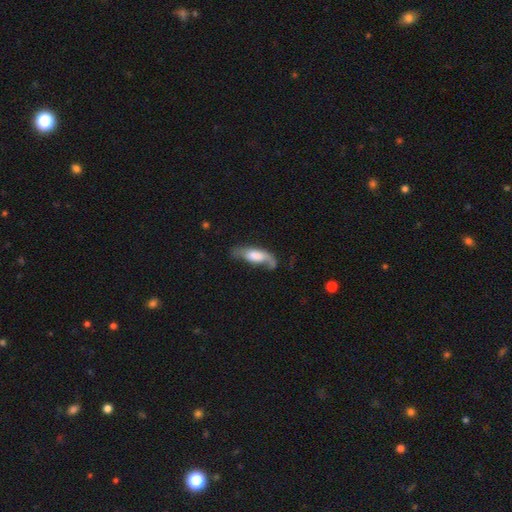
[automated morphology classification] type=smooth (54%); roundness=in between (65%); merging=none (37%).